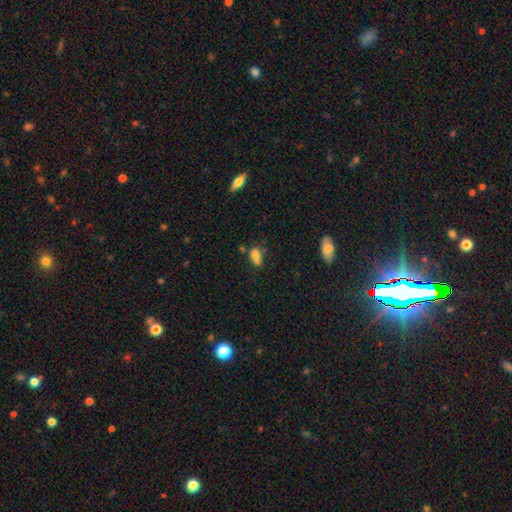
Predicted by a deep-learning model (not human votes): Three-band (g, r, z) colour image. It shows a smooth galaxy with no disk features (75%) that is in between round and cigar-shaped (83%). Merging: none (44%).